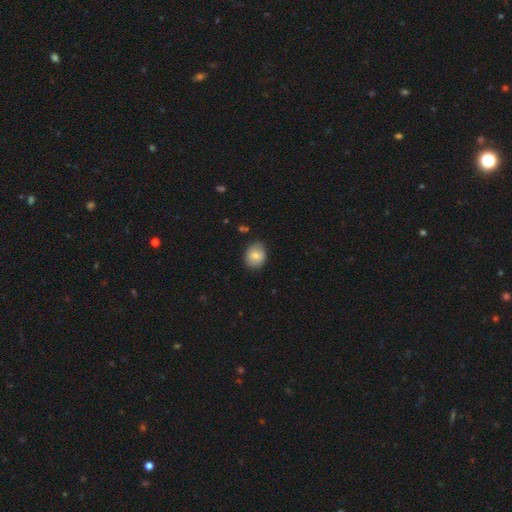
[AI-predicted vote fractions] Overall: smooth (78%). How rounded: round (56%; in between 43%). Merging: none (78%).